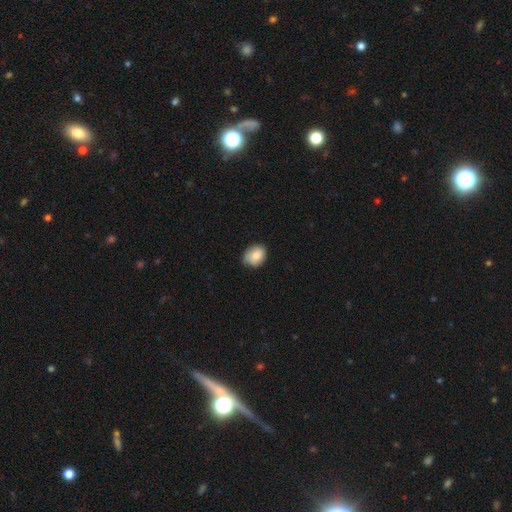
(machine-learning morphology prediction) Smooth or featured? Predicted: smooth (p=0.82). How rounded? Predicted: in between (p=0.55). Merging? Predicted: none (p=0.69).